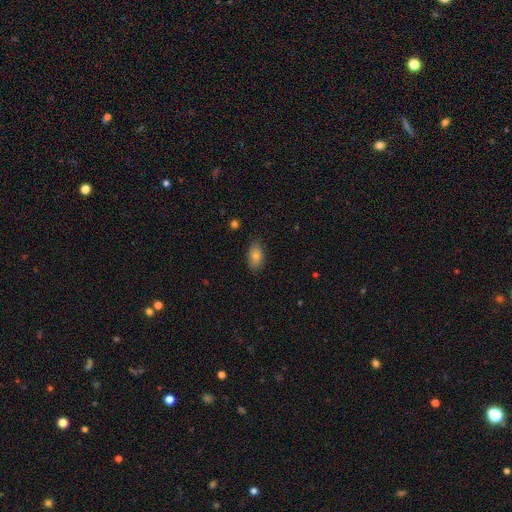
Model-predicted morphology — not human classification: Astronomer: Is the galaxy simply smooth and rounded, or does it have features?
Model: smooth — 79%.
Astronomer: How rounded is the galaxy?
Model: in between — 90%.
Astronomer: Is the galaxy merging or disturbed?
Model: none — 86%.